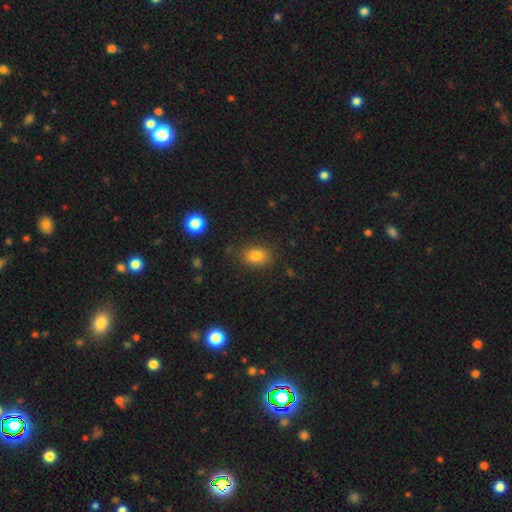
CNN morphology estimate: A smooth galaxy with no disk features (82%) that is in between round and cigar-shaped (72%).

Vote fractions:
- Smooth or featured? smooth: 82% / star or artifact: 11% / featured or disk: 7%
- How rounded? in between: 72% / round: 27% / cigar-shaped: 1%
- Merging? none: 82% / minor disturbance: 13% / major disturbance: 4% / merger: 2%